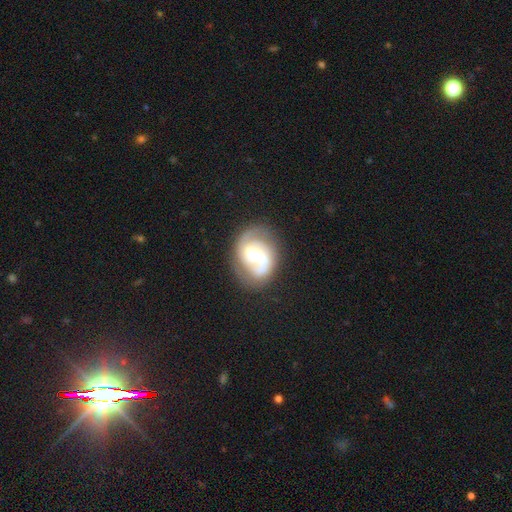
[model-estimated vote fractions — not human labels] A featured or disk galaxy (82%) with a weak bar (44%), 2 (82%) medium (48%) spiral arms (93%) and a moderate central bulge (57%). Merging: none (73%).